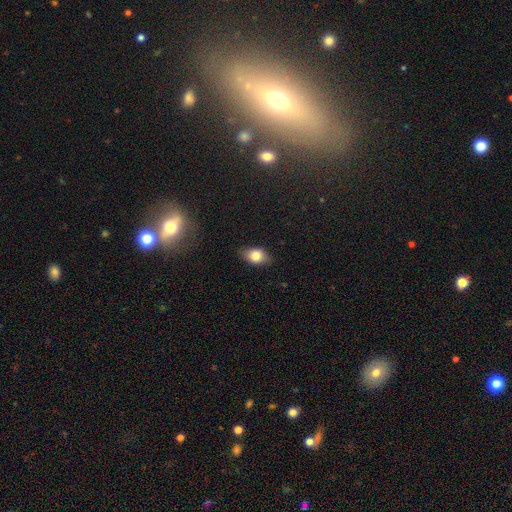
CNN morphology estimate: Smooth or featured? smooth (79%)
How rounded? in between (83%)
Merging? none (80%)